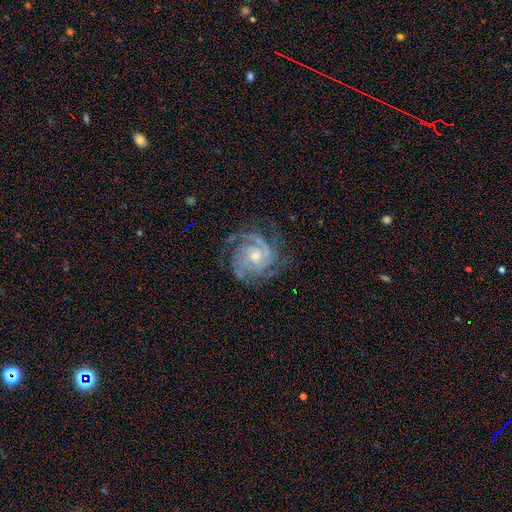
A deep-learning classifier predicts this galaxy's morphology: Smooth or featured: featured or disk — 89% (star or artifact — 6%)
Edge-on disk: no — 98% (yes — 2%)
Bar: no — 66% (weak — 27%)
Spiral arms: yes — 98% (no — 2%)
Spiral winding: tight — 70% (medium — 26%)
Spiral arm count: 3 — 27% (4 — 25%)
Bulge size: small — 49% (moderate — 47%)
Merging: none — 76% (minor disturbance — 16%)